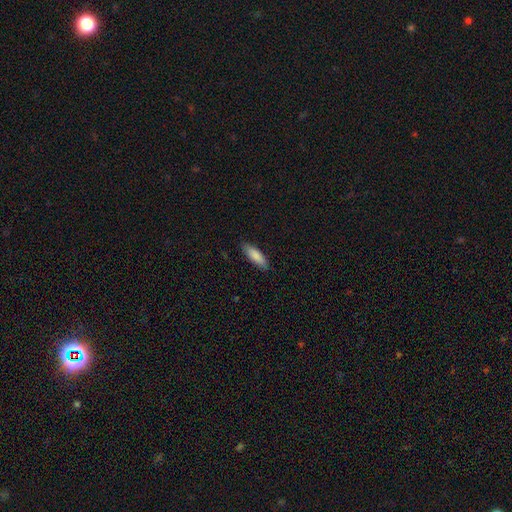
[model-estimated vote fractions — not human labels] Smooth or featured? smooth (86%)
How rounded? in between (53%)
Merging? none (85%)